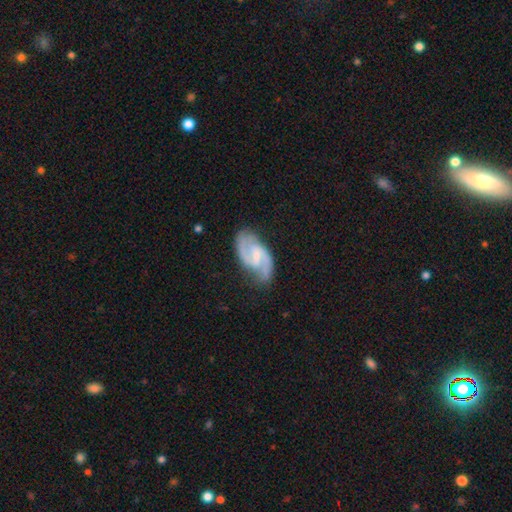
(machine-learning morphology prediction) Smooth or featured?
  - featured or disk: 90% *
  - smooth: 6%
  - star or artifact: 4%
Edge-on disk?
  - no: 97% *
  - yes: 3%
Bar?
  - weak: 56% *
  - no: 23%
  - strong: 21%
Spiral arms?
  - yes: 98% *
  - no: 2%
Spiral winding?
  - medium: 59% *
  - tight: 22%
  - loose: 18%
Spiral arm count?
  - 2: 92% *
  - can't tell: 2%
  - 3: 2%
  - 1: 1%
  - 4: 1%
  - more than 4: 1%
Bulge size?
  - small: 58% *
  - moderate: 22%
  - none: 18%
  - large: 1%
  - dominant: 1%
Merging?
  - none: 79% *
  - minor disturbance: 16%
  - major disturbance: 4%
  - merger: 1%